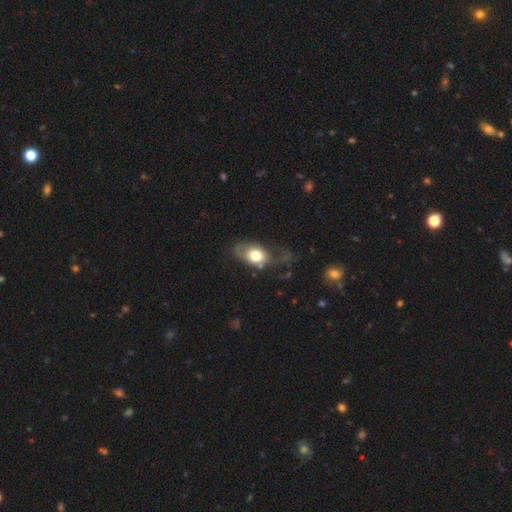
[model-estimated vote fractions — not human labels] smooth 66%, featured or disk 27%, star or artifact 7%. Down the decision tree: how rounded — in between (80%); merging — none (35%).